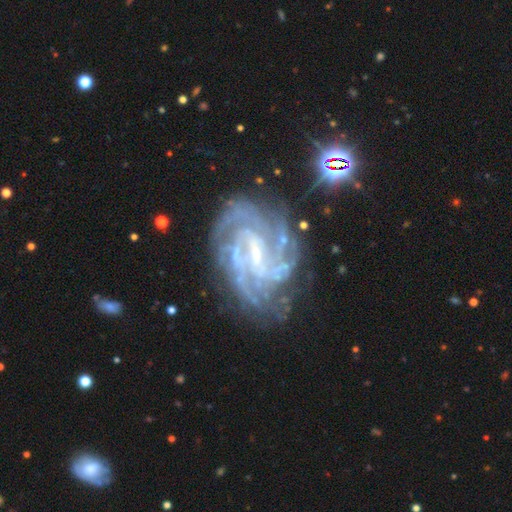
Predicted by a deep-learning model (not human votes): Smooth or featured? featured or disk (90%)
Edge-on disk? no (97%)
Bar? weak (46%)
Spiral arms? yes (98%)
Spiral winding? tight (64%)
Spiral arm count? 4 (29%)
Bulge size? small (76%)
Merging? none (72%)